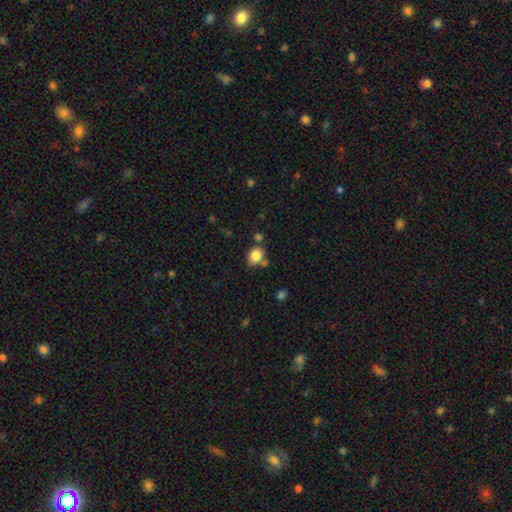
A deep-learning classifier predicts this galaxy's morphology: A smooth galaxy with no disk features (83%) that is in between round and cigar-shaped (53%). Merging: none (66%).